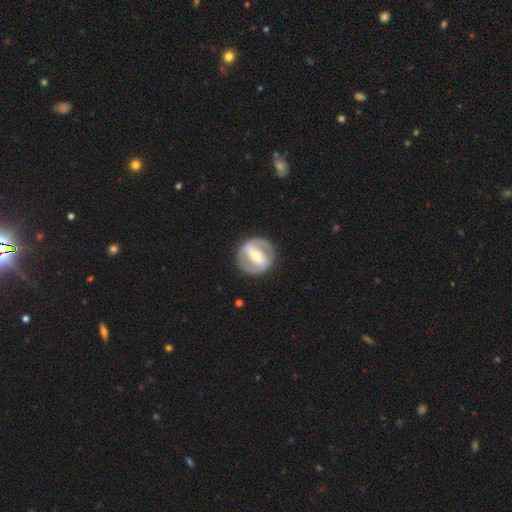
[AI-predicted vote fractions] This appears to be a featured or disk galaxy (80%) with a strong bar (64%), 2 (88%) tight (43%, tied with medium) spiral arms (78%) and a moderate central bulge (54%). Merging: none (87%).